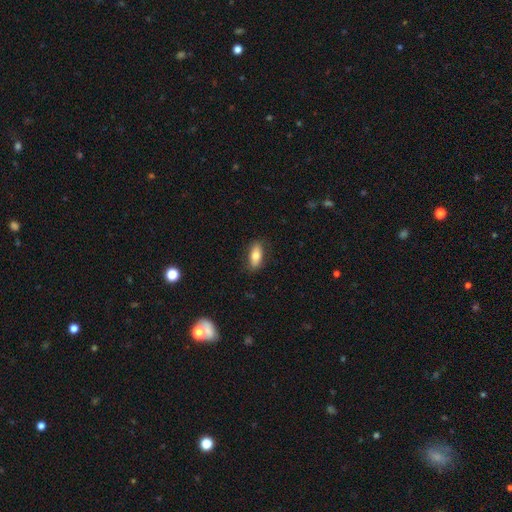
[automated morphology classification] This is likely a smooth galaxy (77%). How rounded: clearly in between (81%). Merging: clearly none (84%).